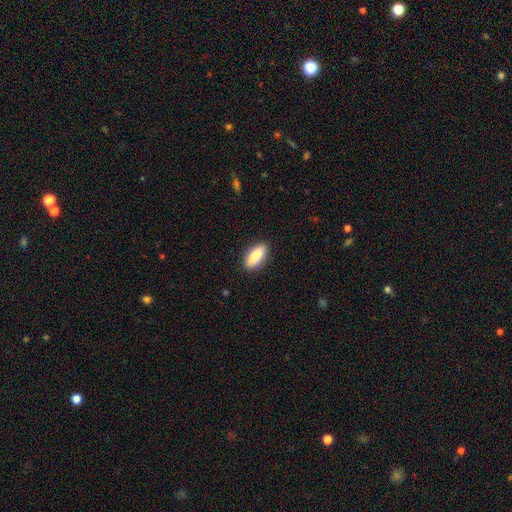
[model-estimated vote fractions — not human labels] This is clearly a smooth galaxy (86%). How rounded: likely in between (71%). Merging: clearly none (87%).